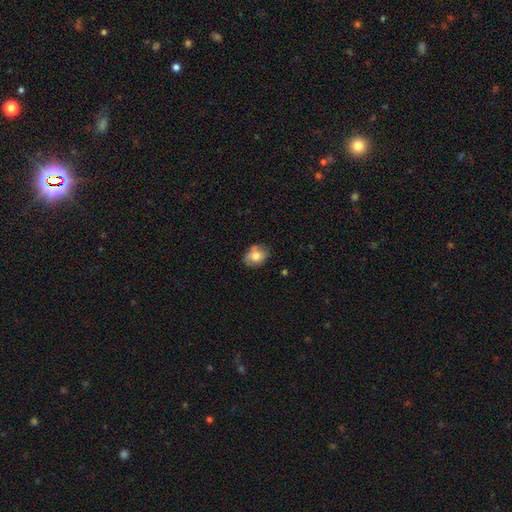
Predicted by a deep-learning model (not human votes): The model was most divided on "how rounded": in between: 61%, round: 38%, cigar-shaped: 1%. More confident: smooth or featured — smooth (74%); merging — none (68%).